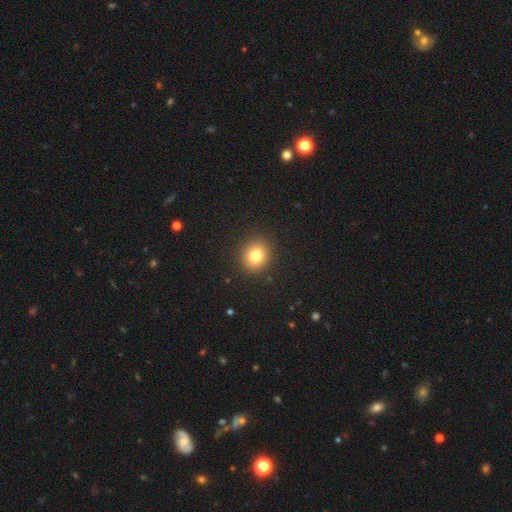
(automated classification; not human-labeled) smooth 79%, star or artifact 13%, featured or disk 9%. Down the decision tree: how rounded — round (79%); merging — none (91%).